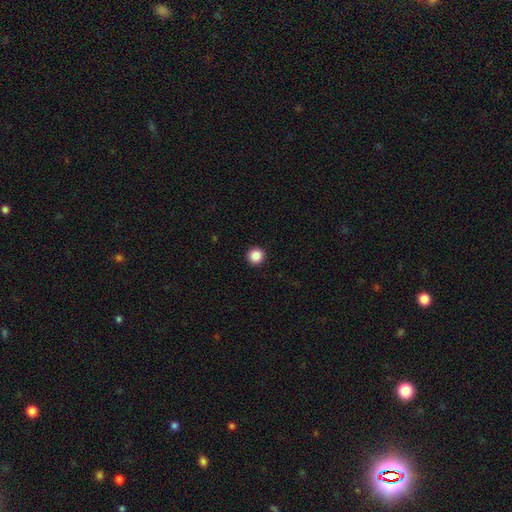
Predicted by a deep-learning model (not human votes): This is clearly a smooth galaxy (87%). How rounded: clearly round (96%). Merging: clearly none (94%).